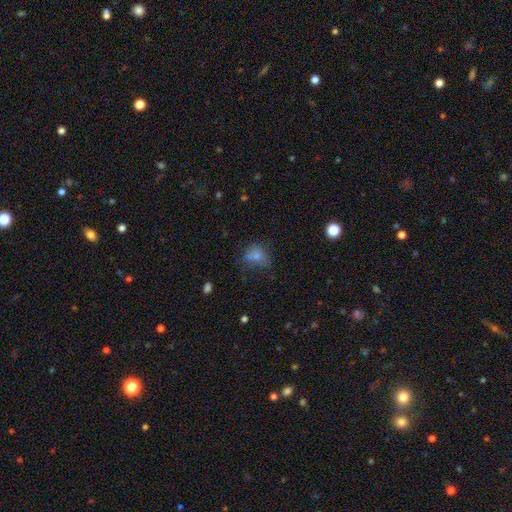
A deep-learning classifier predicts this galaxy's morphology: Smooth or featured? smooth (72%)
How rounded? round (50%)
Merging? none (49%)